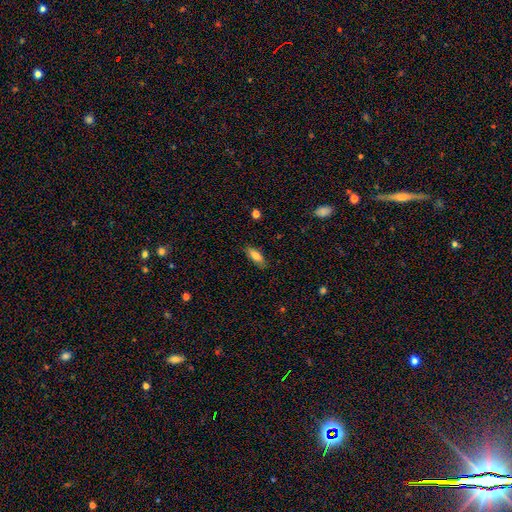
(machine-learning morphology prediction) Smooth or featured: smooth — 80% (featured or disk — 13%)
How rounded: in between — 69% (cigar-shaped — 29%)
Merging: none — 83% (minor disturbance — 13%)